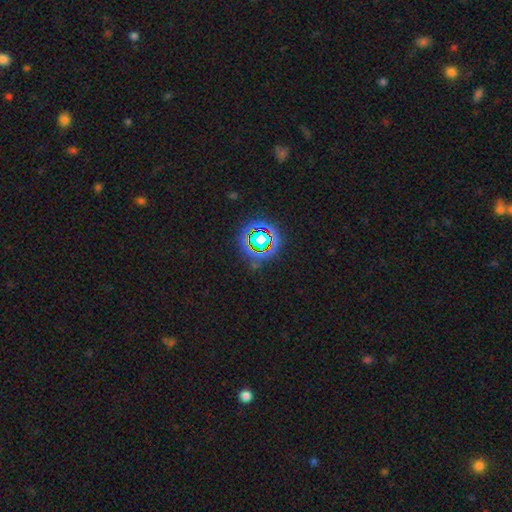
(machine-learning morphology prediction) Smooth or featured? star or artifact (74%)